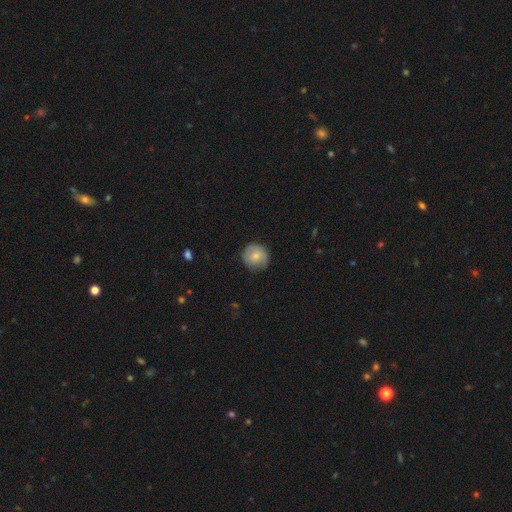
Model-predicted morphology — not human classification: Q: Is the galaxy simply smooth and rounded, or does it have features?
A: smooth — 73%.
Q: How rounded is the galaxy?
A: round — 92%.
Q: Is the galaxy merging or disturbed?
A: none — 78%.